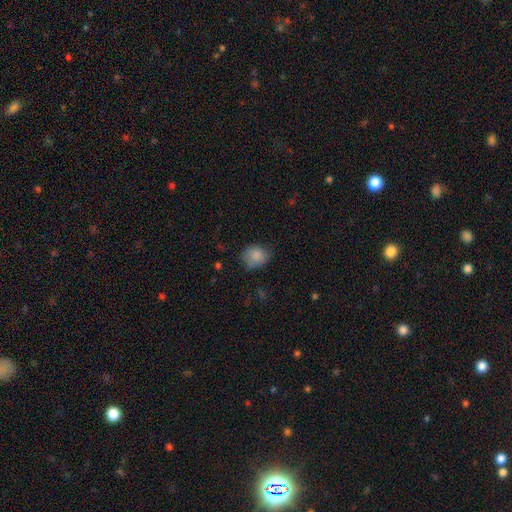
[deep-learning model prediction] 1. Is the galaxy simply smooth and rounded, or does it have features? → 85% smooth, 9% star or artifact, 6% featured or disk.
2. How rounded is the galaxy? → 65% round, 34% in between, 1% cigar-shaped.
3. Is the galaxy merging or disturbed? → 67% none, 26% minor disturbance, 6% major disturbance, 2% merger.